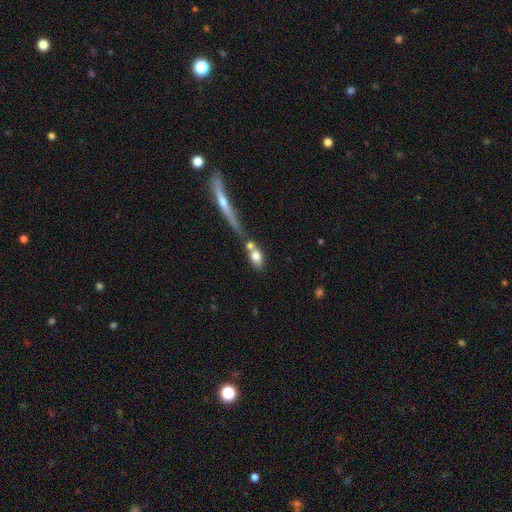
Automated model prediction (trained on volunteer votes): smooth 75%, featured or disk 17%, star or artifact 8%. Down the decision tree: how rounded — in between (73%); merging — none (44%).